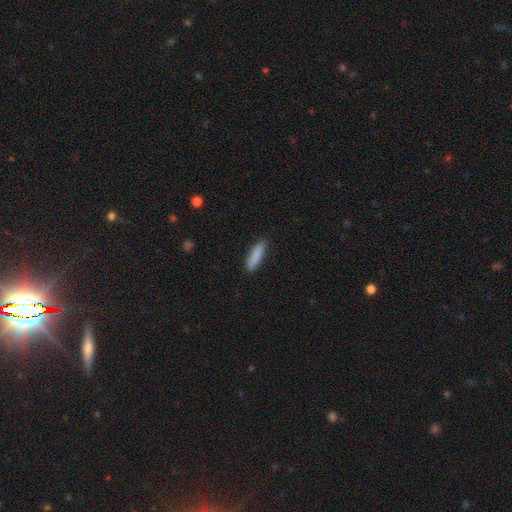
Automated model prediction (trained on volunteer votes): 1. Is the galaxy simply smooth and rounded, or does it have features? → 88% smooth, 6% star or artifact, 6% featured or disk.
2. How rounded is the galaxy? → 63% cigar-shaped, 35% in between, 2% round.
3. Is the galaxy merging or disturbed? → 87% none, 10% minor disturbance, 2% major disturbance, 1% merger.